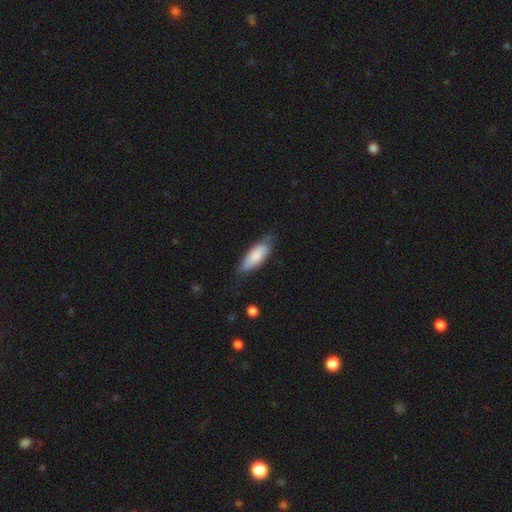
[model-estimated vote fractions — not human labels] smooth_or_featured: smooth (p=0.81) [alt: featured or disk p=0.14]
how_rounded: in between (p=0.70) [alt: cigar-shaped p=0.28]
merging: none (p=0.66) [alt: minor disturbance p=0.27]